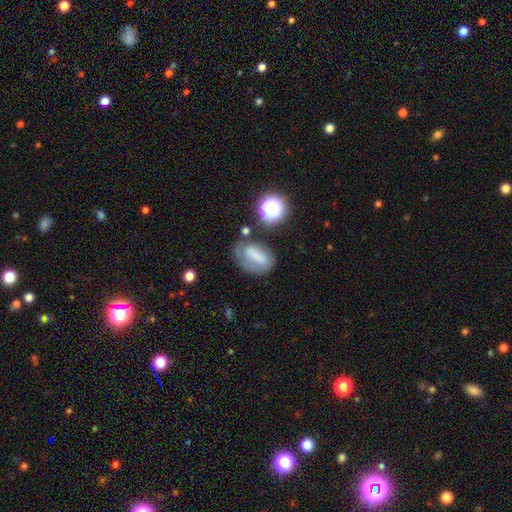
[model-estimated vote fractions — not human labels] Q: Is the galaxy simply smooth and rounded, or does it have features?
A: smooth — 55%.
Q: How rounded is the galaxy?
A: in between — 75%.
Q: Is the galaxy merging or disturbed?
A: none — 42%.